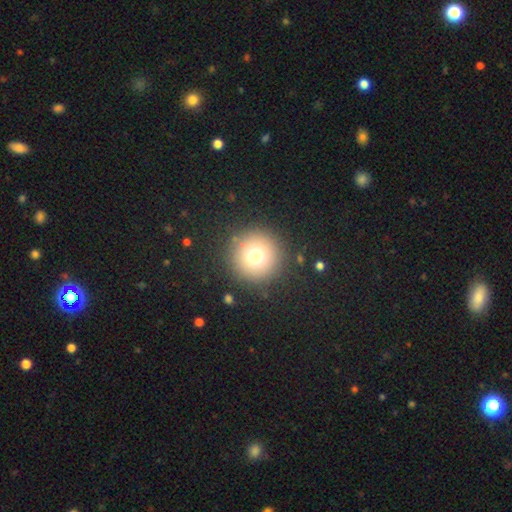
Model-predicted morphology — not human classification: Smooth or featured?
  - smooth: 72% *
  - star or artifact: 17%
  - featured or disk: 12%
How rounded?
  - round: 96% *
  - in between: 3%
  - cigar-shaped: 1%
Merging?
  - none: 88% *
  - minor disturbance: 7%
  - major disturbance: 4%
  - merger: 2%